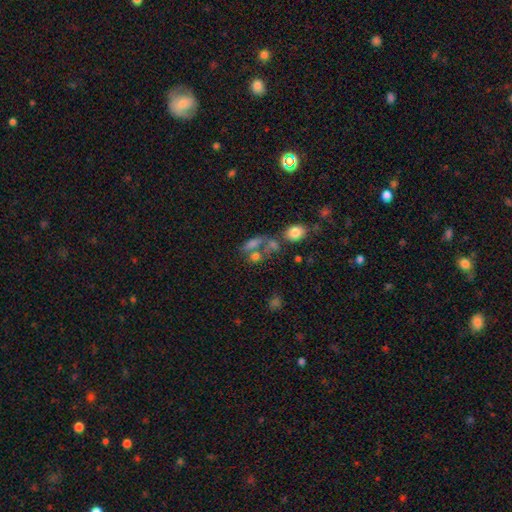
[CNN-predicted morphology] smooth_or_featured: smooth (p=0.58) [alt: star or artifact p=0.22]
how_rounded: in between (p=0.59) [alt: round p=0.31]
merging: merger (p=0.40) [alt: none p=0.36]